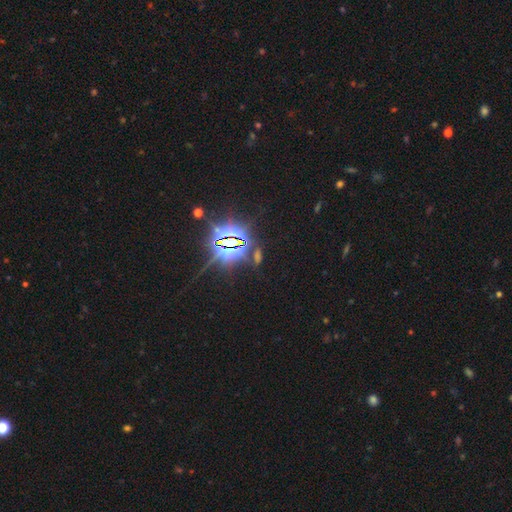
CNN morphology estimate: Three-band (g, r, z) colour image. It shows a star or artifact, not a galaxy (84%).